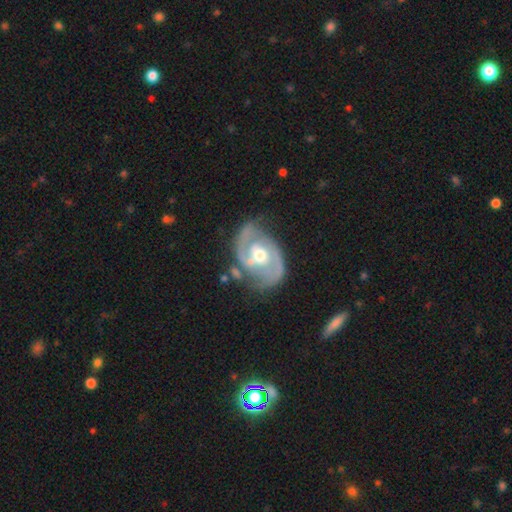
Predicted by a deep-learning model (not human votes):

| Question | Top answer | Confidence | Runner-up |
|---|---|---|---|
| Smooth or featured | featured or disk | 90% | smooth (6%) |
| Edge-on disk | no | 97% | yes (3%) |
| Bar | no | 54% | weak (35%) |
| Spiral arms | yes | 95% | no (5%) |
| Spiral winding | medium | 45% | tight (44%) |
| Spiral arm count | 2 | 85% | can't tell (6%) |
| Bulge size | moderate | 76% | small (14%) |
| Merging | none | 68% | minor disturbance (21%) |